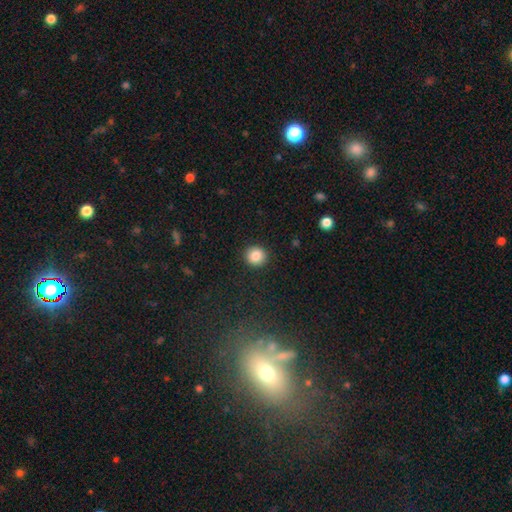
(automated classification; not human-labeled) This appears to be a smooth galaxy with no disk features (85%) that is round (90%). Merging: none (91%).